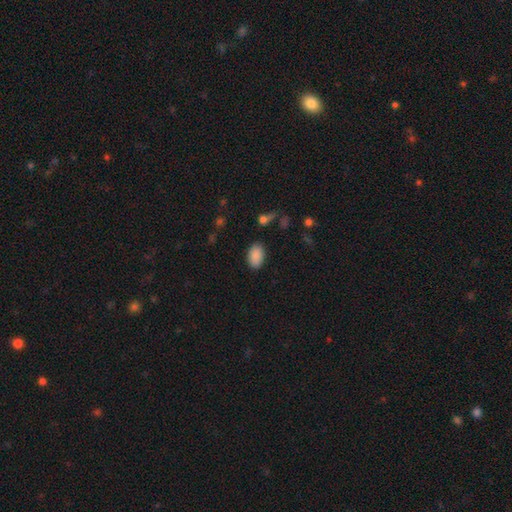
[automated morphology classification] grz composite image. It shows a smooth galaxy with no disk features (89%) that is in between round and cigar-shaped (90%). Merging: none (85%).